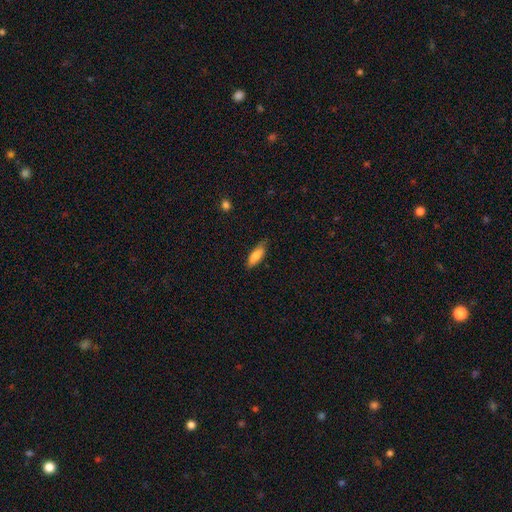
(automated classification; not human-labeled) A smooth galaxy with no disk features (81%) that is in between round and cigar-shaped (64%).

Vote fractions:
- Smooth or featured? smooth: 81% / featured or disk: 13% / star or artifact: 6%
- How rounded? in between: 64% / cigar-shaped: 34% / round: 2%
- Merging? none: 75% / minor disturbance: 20% / major disturbance: 3% / merger: 1%